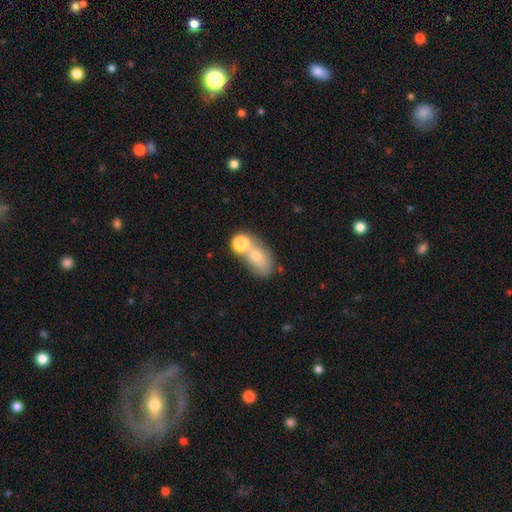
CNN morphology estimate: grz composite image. It shows a smooth galaxy with no disk features (66%) that is in between round and cigar-shaped (81%). Merging: merger (43%).